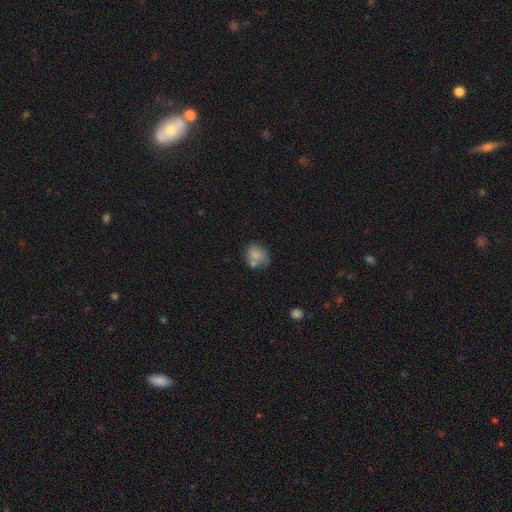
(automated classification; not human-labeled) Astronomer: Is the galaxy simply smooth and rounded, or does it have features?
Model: smooth — 77%.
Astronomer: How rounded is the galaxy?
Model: round — 64%.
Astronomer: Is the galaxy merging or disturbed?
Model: none — 48%.